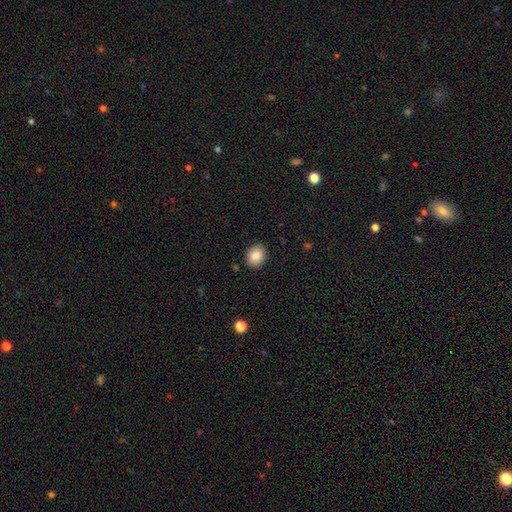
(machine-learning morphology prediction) smooth_or_featured: smooth (p=0.86) [alt: star or artifact p=0.08]
how_rounded: in between (p=0.51) [alt: round p=0.48]
merging: none (p=0.89) [alt: minor disturbance p=0.08]